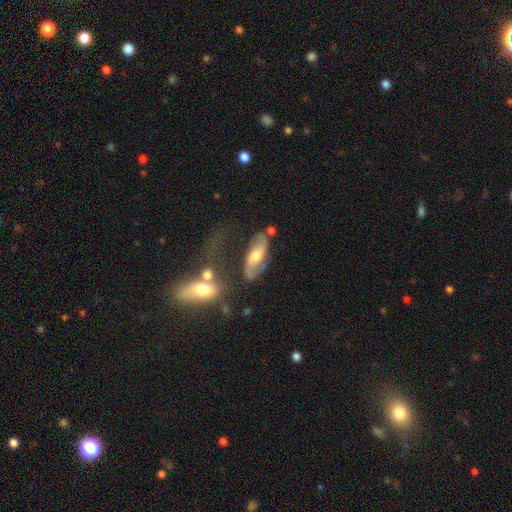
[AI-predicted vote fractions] This appears to be a featured or disk galaxy (74%) with no bar (47%), 2 (85%) loose (47%) spiral arms (90%) and a moderate central bulge (63%). Merging: none (50%).